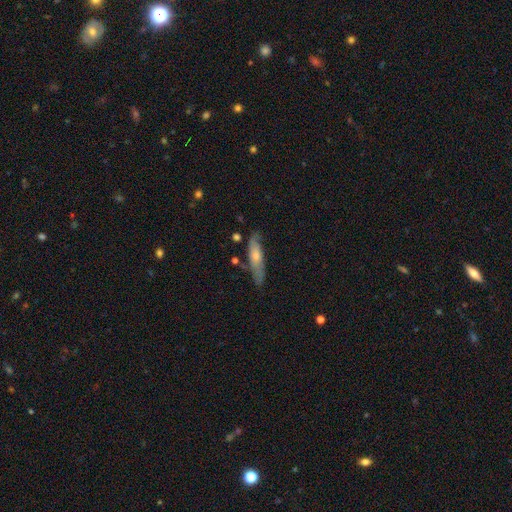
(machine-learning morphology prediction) This appears to be a smooth galaxy with no disk features (47%, tied with featured or disk). Merging: none (68%).